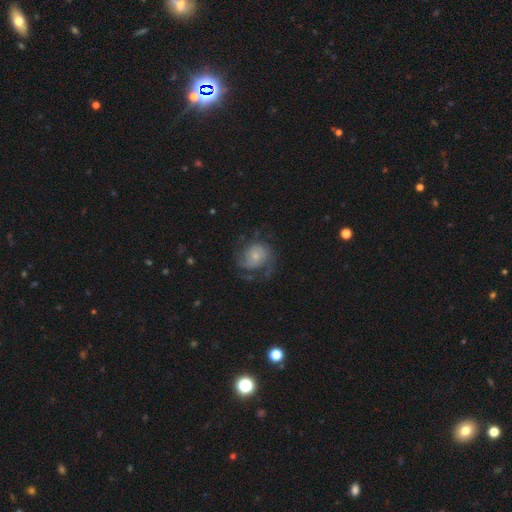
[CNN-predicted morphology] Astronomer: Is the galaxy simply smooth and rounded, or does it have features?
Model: featured or disk — 61%.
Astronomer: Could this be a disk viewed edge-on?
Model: no — 98%.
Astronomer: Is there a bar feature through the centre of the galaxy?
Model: no — 76%.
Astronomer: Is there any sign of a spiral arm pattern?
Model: yes — 84%.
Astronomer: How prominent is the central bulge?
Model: small — 60%.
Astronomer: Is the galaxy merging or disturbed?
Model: none — 52%.